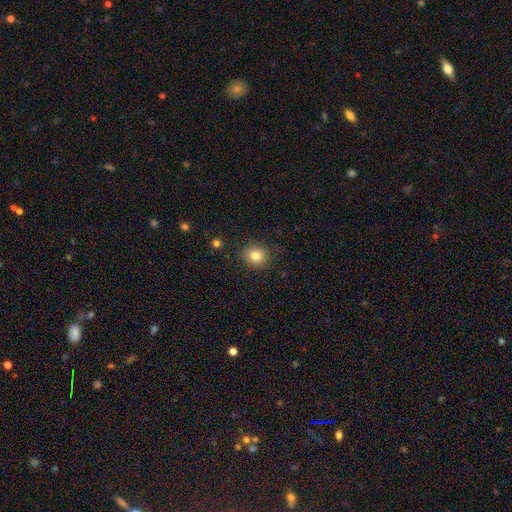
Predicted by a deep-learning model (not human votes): Smooth or featured?
  - smooth: 82% *
  - star or artifact: 11%
  - featured or disk: 7%
How rounded?
  - round: 80% *
  - in between: 19%
  - cigar-shaped: 1%
Merging?
  - none: 87% *
  - minor disturbance: 9%
  - major disturbance: 3%
  - merger: 1%